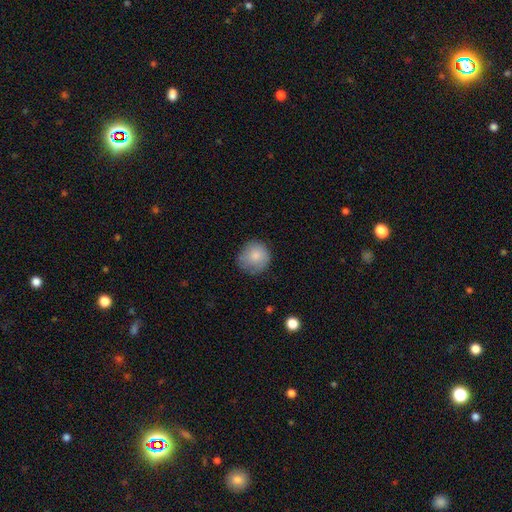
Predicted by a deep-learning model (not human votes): Smooth or featured? smooth (82%)
How rounded? round (89%)
Merging? none (73%)